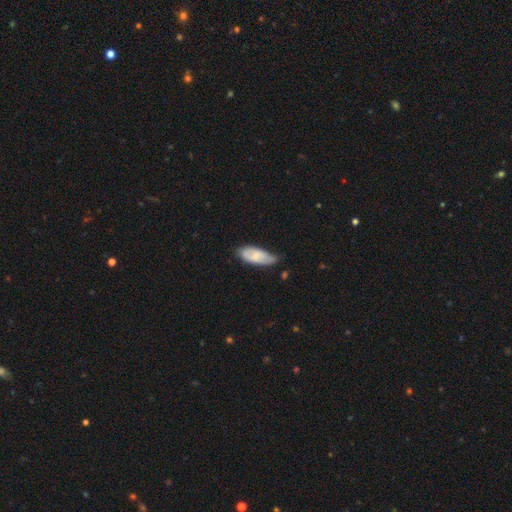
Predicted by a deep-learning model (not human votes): Smooth or featured: smooth — 63% (featured or disk — 31%)
How rounded: in between — 81% (cigar-shaped — 17%)
Merging: none — 56% (minor disturbance — 35%)